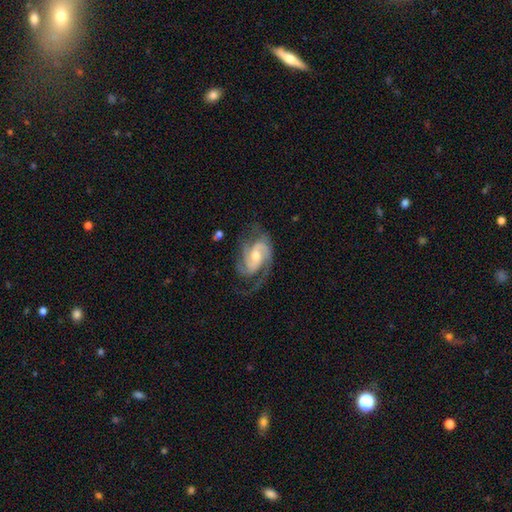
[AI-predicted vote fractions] A featured or disk galaxy (91%) with a weak bar (43%, tied with no), 2 (55%) medium (49%) spiral arms (98%) and a moderate central bulge (64%).

Vote fractions:
- Smooth or featured? featured or disk: 91% / smooth: 5% / star or artifact: 4%
- Edge-on disk? no: 97% / yes: 3%
- Bar? weak: 43% (tied) / no: 43% (tied) / strong: 13%
- Spiral arms? yes: 98% / no: 2%
- Spiral winding? medium: 49% / tight: 38% / loose: 13%
- Spiral arm count? 2: 55% / 3: 27% / can't tell: 7% / 1: 4% / 4: 4% / more than 4: 3%
- Bulge size? moderate: 64% / small: 28% / large: 6% / none: 2% / dominant: 1%
- Merging? none: 65% / minor disturbance: 19% / major disturbance: 14% / merger: 2%